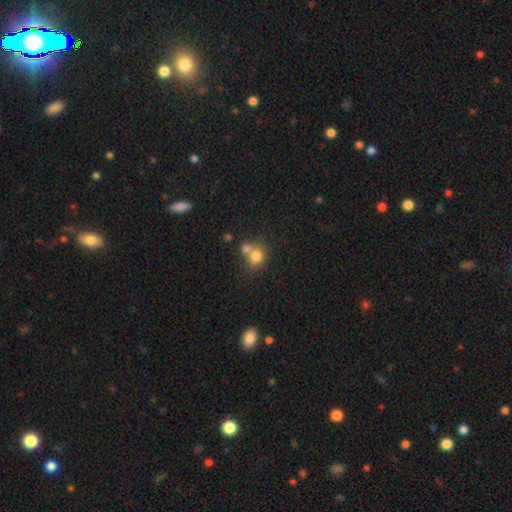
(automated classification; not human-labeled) smooth_or_featured: smooth (p=0.77) [alt: featured or disk p=0.12]
how_rounded: round (p=0.73) [alt: in between p=0.26]
merging: merger (p=0.49) [alt: none p=0.39]